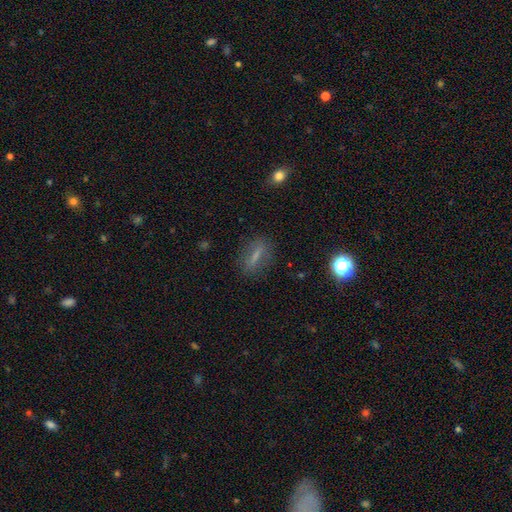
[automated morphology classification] Overall: smooth (56%; featured or disk 28%). How rounded: cigar-shaped (50%; in between 39%). Merging: none (82%).